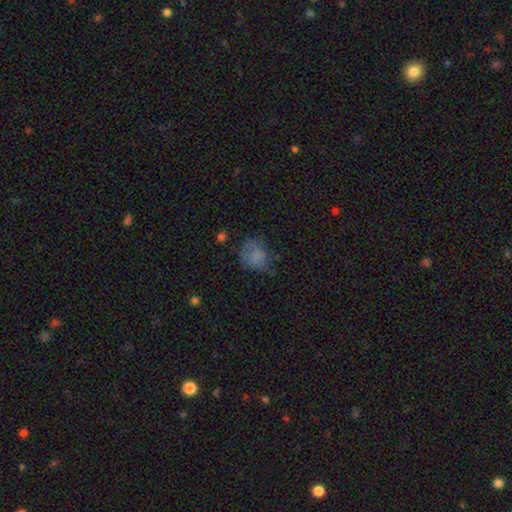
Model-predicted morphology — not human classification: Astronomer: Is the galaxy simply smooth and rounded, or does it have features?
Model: smooth — 69%.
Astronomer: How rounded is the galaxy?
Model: in between — 60% (runner-up: round, 39%).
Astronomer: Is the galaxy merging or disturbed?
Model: none — 43% (runner-up: minor disturbance, 31%).